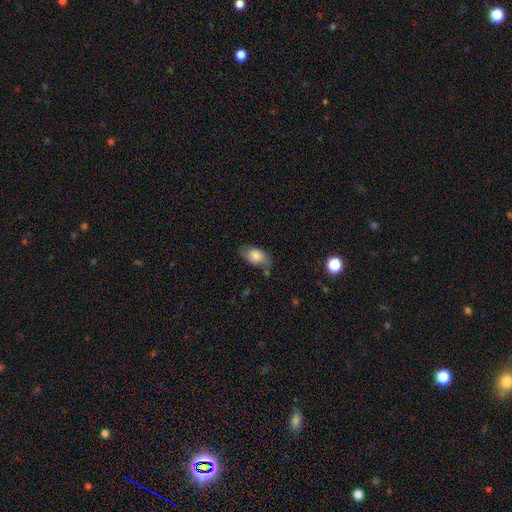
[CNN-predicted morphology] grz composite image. It shows a smooth galaxy with no disk features (80%) that is in between round and cigar-shaped (90%). Merging: none (63%).